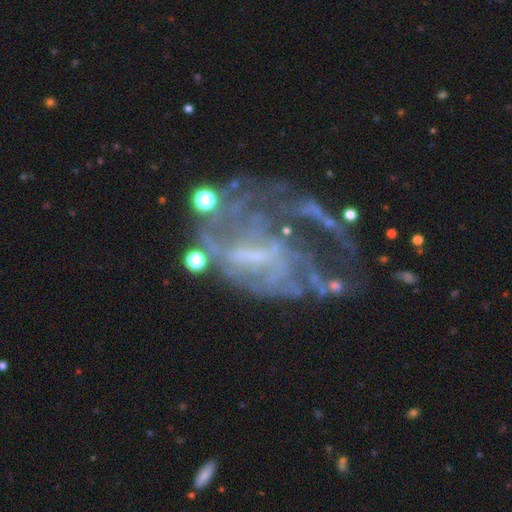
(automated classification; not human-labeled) smooth_or_featured: featured or disk (p=0.76) [alt: star or artifact p=0.13]
disk_edge_on: no (p=0.97) [alt: yes p=0.03]
bar: no (p=0.42) [tied with: weak p=0.42]
has_spiral_arms: yes (p=0.61) [alt: no p=0.39]
bulge_size: none (p=0.47) [alt: small p=0.34]
merging: major disturbance (p=0.42) [alt: none p=0.32]